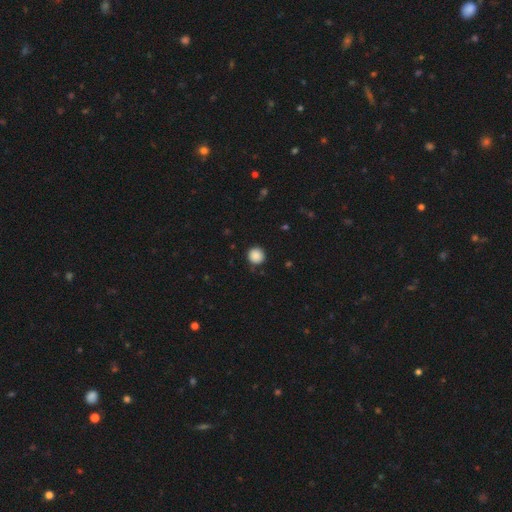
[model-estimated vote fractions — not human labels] Smooth or featured?
  - smooth: 88% *
  - star or artifact: 9%
  - featured or disk: 3%
How rounded?
  - round: 95% *
  - in between: 4%
  - cigar-shaped: 1%
Merging?
  - none: 88% *
  - minor disturbance: 8%
  - major disturbance: 2%
  - merger: 1%